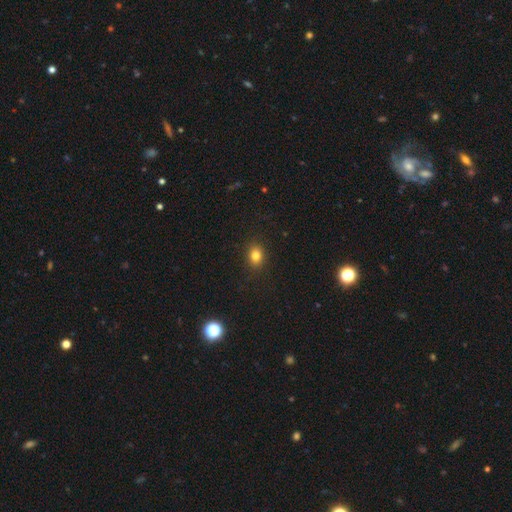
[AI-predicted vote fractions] smooth-or-featured: smooth: 82% | star or artifact: 12% | featured or disk: 6%
  how-rounded: in between: 50% | round: 49% | cigar-shaped: 1%
  merging: none: 88% | minor disturbance: 8% | major disturbance: 2% | merger: 1%